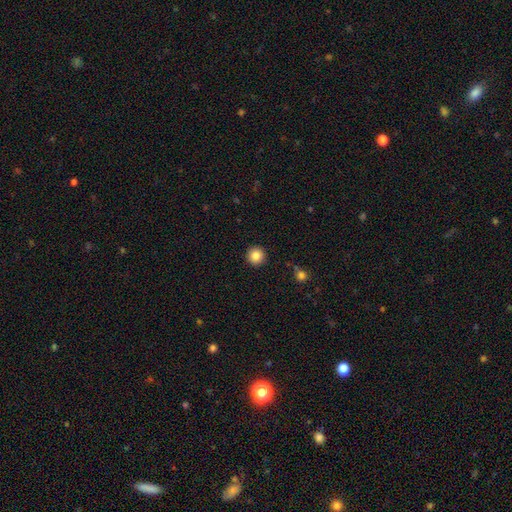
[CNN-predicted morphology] The model was most divided on "smooth or featured": smooth: 85%, star or artifact: 10%, featured or disk: 5%. More confident: how rounded — round (96%); merging — none (92%).